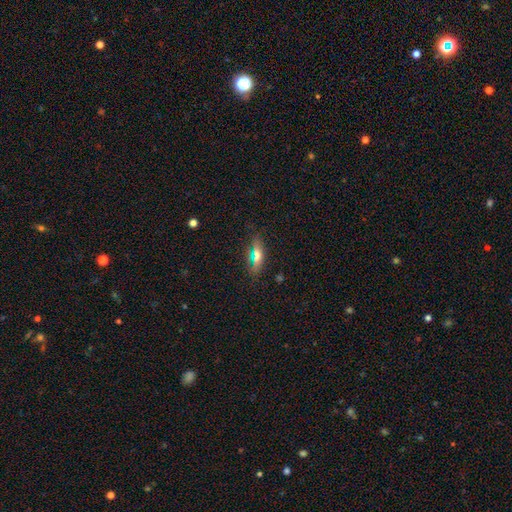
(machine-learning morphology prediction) Overall: smooth (62%). How rounded: in between (70%). Merging: none (84%).